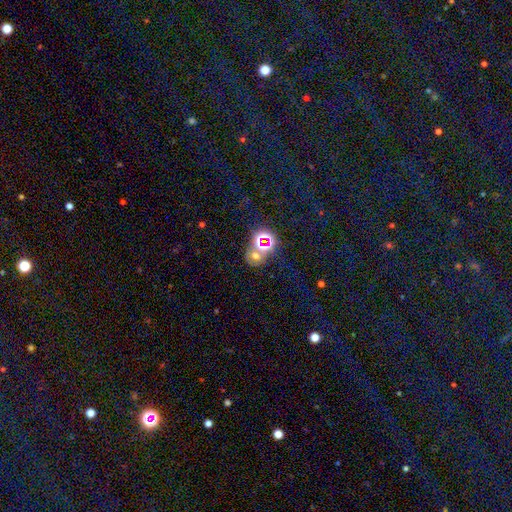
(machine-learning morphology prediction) The model was most divided on "smooth or featured": star or artifact: 46%, smooth: 37%, featured or disk: 17%.